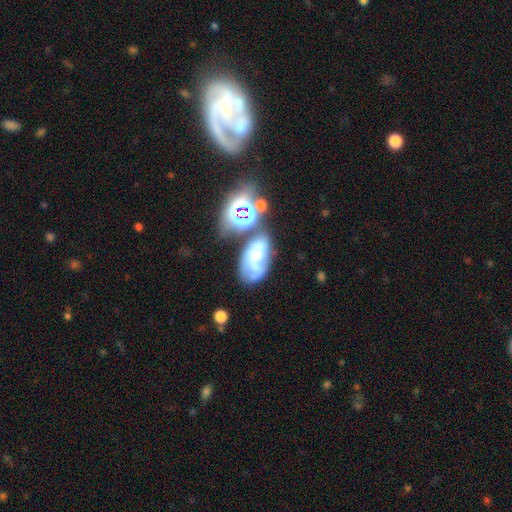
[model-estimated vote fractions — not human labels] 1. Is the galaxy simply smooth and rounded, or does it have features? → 52% featured or disk, 30% smooth, 18% star or artifact.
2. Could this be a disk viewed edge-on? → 96% no, 4% yes.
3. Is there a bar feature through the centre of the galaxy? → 71% no, 22% weak, 6% strong.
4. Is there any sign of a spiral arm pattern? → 72% yes, 28% no.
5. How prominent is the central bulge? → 38% small, 31% moderate, 18% none, 9% large, 4% dominant.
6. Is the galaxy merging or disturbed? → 38% none, 22% merger, 22% minor disturbance, 17% major disturbance.